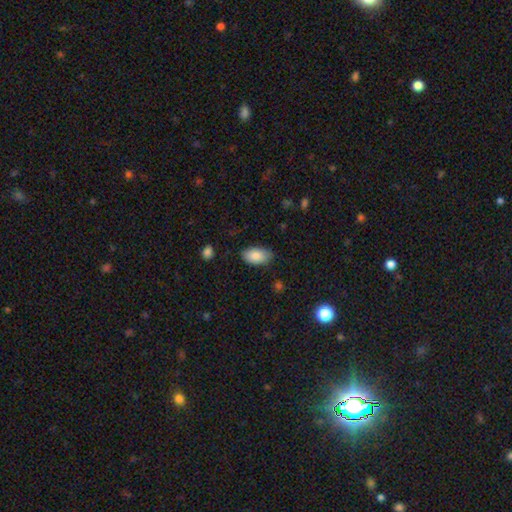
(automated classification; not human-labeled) smooth-or-featured: smooth: 87% | featured or disk: 7% | star or artifact: 7%
  how-rounded: in between: 95% | round: 4% | cigar-shaped: 2%
  merging: none: 81% | minor disturbance: 15% | major disturbance: 3% | merger: 1%